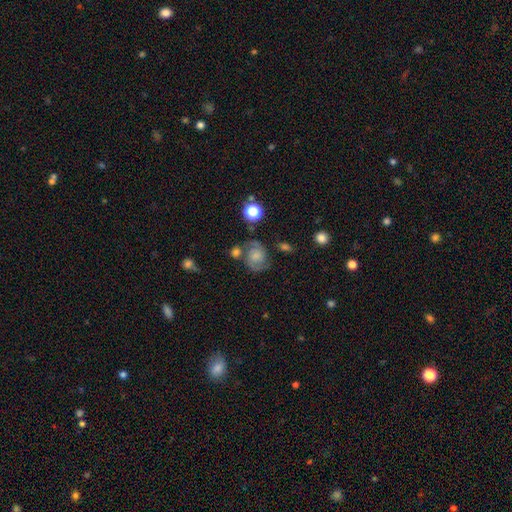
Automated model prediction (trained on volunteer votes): Smooth or featured?
  - featured or disk: 60% *
  - smooth: 29%
  - star or artifact: 11%
Edge-on disk?
  - no: 97% *
  - yes: 3%
Bar?
  - no: 66% *
  - weak: 28%
  - strong: 5%
Spiral arms?
  - yes: 89% *
  - no: 11%
Spiral winding?
  - medium: 49% *
  - tight: 34%
  - loose: 17%
Spiral arm count?
  - 2: 85% *
  - can't tell: 8%
  - 1: 3%
  - 3: 2%
  - 4: 1%
  - more than 4: 1%
Bulge size?
  - moderate: 30% *
  - small: 29%
  - none: 24%
  - large: 14%
  - dominant: 3%
Merging?
  - none: 59% *
  - minor disturbance: 20%
  - major disturbance: 11%
  - merger: 11%